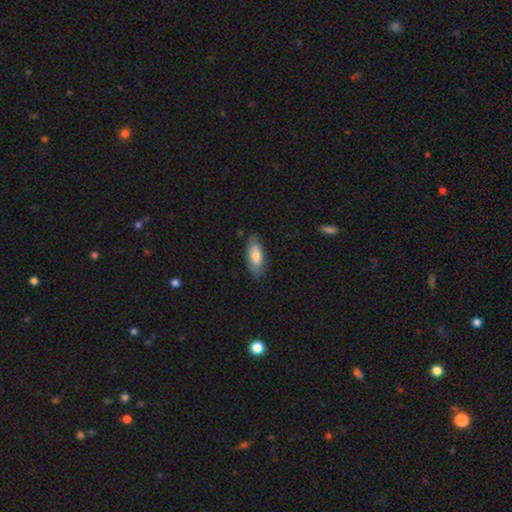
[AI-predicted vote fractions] A smooth galaxy with no disk features (79%) that is in between round and cigar-shaped (81%). Merging: none (77%).